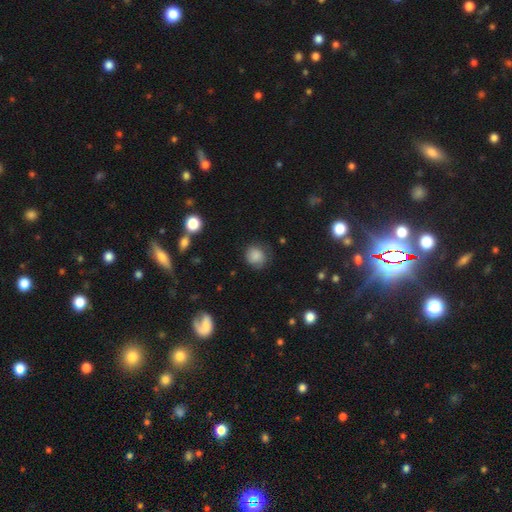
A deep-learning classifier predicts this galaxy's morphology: Smooth or featured?
  - smooth: 79% *
  - featured or disk: 11%
  - star or artifact: 10%
How rounded?
  - round: 81% *
  - in between: 18%
  - cigar-shaped: 1%
Merging?
  - none: 66% *
  - minor disturbance: 24%
  - major disturbance: 9%
  - merger: 2%